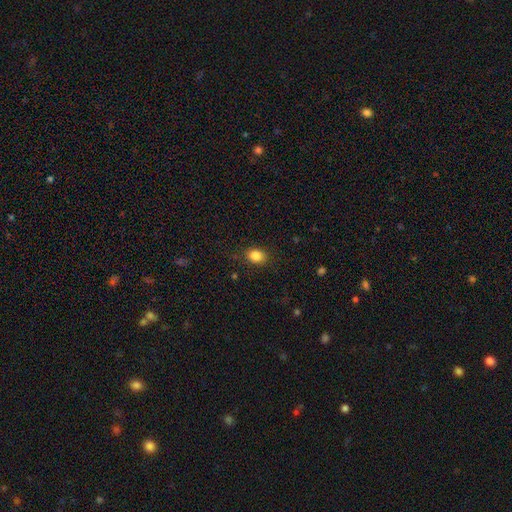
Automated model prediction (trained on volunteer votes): smooth_or_featured: smooth (p=0.85) [alt: star or artifact p=0.10]
how_rounded: in between (p=0.58) [alt: round p=0.41]
merging: none (p=0.85) [alt: minor disturbance p=0.11]